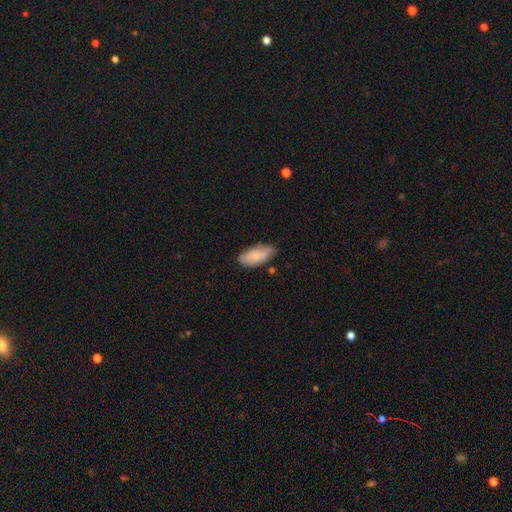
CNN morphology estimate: Smooth or featured: smooth — 80% (featured or disk — 14%)
How rounded: in between — 90% (cigar-shaped — 8%)
Merging: none — 73% (minor disturbance — 21%)